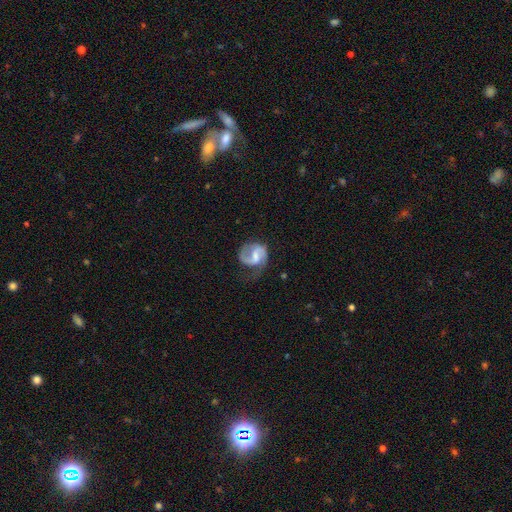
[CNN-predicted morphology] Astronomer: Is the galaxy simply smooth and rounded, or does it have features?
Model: featured or disk — 81%.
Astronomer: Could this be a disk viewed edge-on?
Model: no — 98%.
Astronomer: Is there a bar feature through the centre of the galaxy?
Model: weak — 53%.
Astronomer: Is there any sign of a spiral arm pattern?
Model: yes — 95%.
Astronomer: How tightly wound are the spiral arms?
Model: medium — 51% (runner-up: loose, 29%).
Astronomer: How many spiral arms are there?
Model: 2 — 76%.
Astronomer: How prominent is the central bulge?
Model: moderate — 43% (runner-up: small, 36%).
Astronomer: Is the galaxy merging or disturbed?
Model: none — 53%.